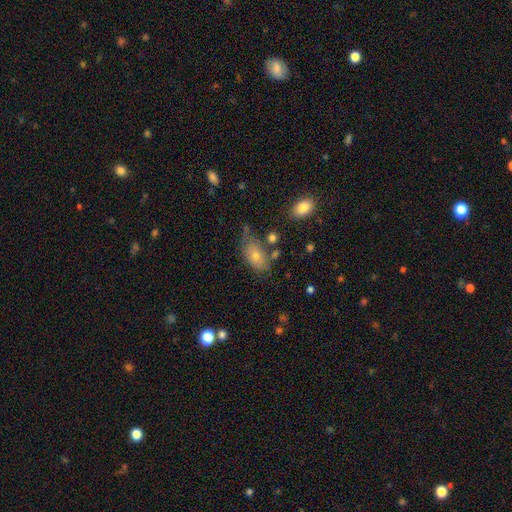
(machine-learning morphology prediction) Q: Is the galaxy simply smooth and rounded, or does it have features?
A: smooth — 66%.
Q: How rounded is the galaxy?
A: in between — 89%.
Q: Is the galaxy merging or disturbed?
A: none — 53%.